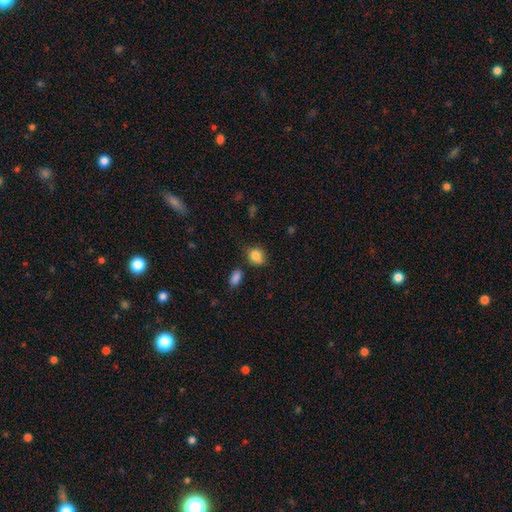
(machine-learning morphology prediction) Q: Smooth or featured?
A: smooth (86%); runner-up: star or artifact (9%)
Q: How rounded?
A: round (55%); runner-up: in between (44%)
Q: Merging?
A: none (73%); runner-up: minor disturbance (17%)